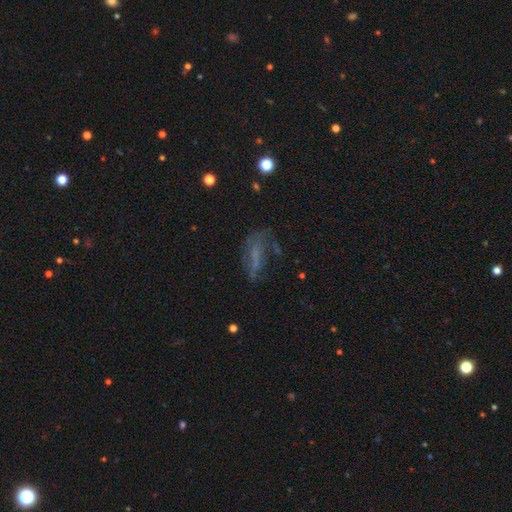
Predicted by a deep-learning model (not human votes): The model was most divided on "smooth or featured": featured or disk: 43%, smooth: 35%, star or artifact: 22%. Remaining: merging — none (41%).